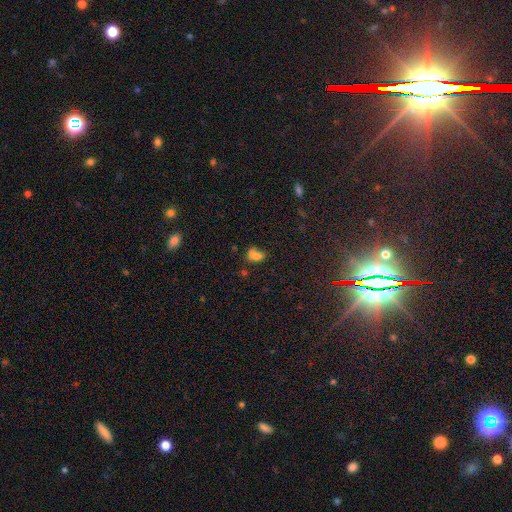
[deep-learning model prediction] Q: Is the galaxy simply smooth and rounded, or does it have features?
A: smooth — 74%.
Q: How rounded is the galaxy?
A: in between — 70%.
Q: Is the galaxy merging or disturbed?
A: none — 37%.